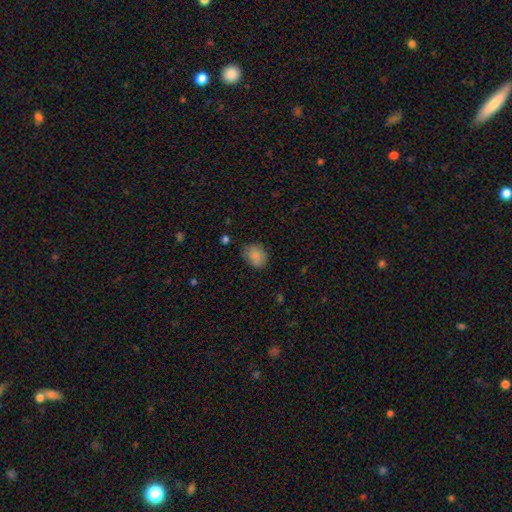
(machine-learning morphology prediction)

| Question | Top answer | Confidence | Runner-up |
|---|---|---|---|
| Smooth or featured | smooth | 83% | star or artifact (9%) |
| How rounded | in between | 51% | round (48%) |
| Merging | none | 73% | minor disturbance (21%) |